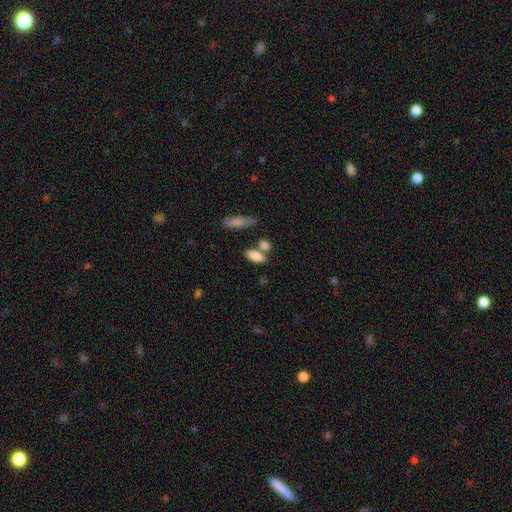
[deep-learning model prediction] Smooth or featured: smooth — 82% (featured or disk — 10%)
How rounded: in between — 76% (cigar-shaped — 19%)
Merging: none — 58% (merger — 24%)